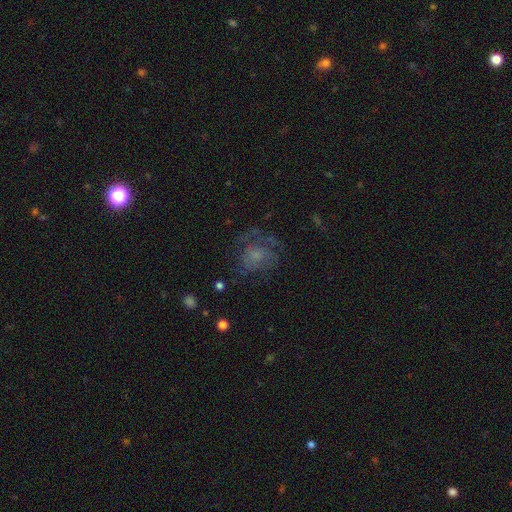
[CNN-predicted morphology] This appears to be a featured or disk galaxy (49%). Merging: none (51%).